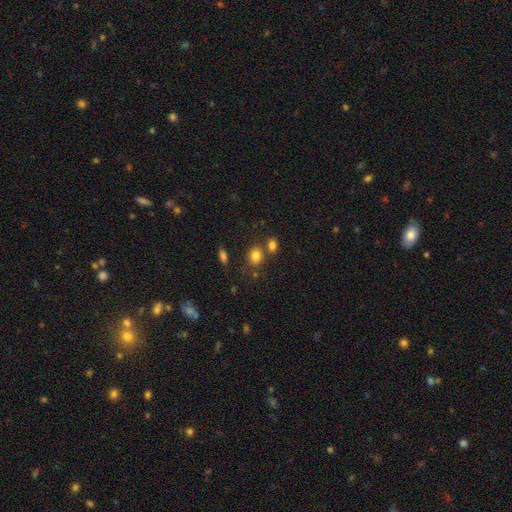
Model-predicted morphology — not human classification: This is clearly a smooth galaxy (81%). How rounded: possibly round (51%). Merging: likely none (63%).